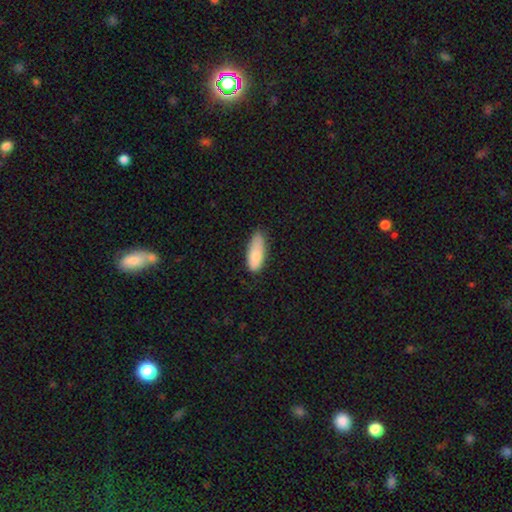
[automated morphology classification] A smooth galaxy with no disk features (82%) that is in between round and cigar-shaped (76%).

Vote fractions:
- Smooth or featured? smooth: 82% / featured or disk: 11% / star or artifact: 6%
- How rounded? in between: 76% / cigar-shaped: 22% / round: 2%
- Merging? none: 63% / minor disturbance: 31% / major disturbance: 5% / merger: 2%